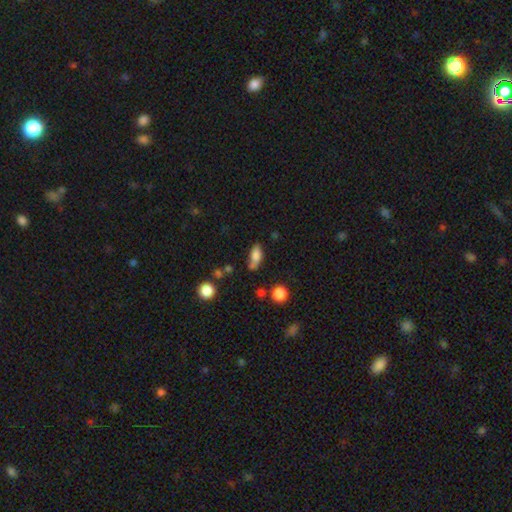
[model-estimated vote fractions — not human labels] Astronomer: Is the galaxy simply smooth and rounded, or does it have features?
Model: smooth — 76%.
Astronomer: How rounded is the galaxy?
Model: in between — 81%.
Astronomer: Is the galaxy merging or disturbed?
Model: none — 57%.